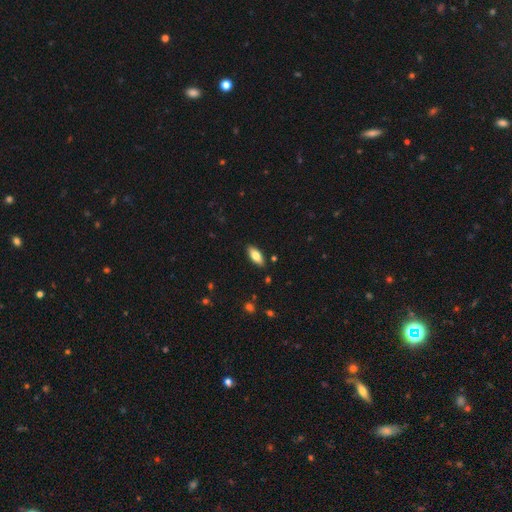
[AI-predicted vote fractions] Q: Smooth or featured?
A: smooth (78%); runner-up: featured or disk (16%)
Q: How rounded?
A: in between (84%); runner-up: cigar-shaped (14%)
Q: Merging?
A: none (87%); runner-up: minor disturbance (9%)